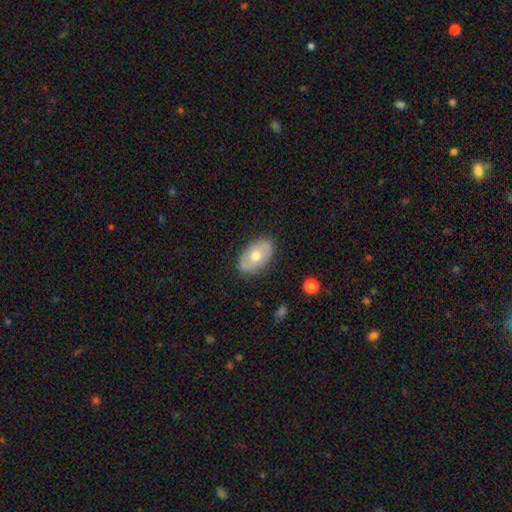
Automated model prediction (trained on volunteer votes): This is possibly a smooth galaxy (54%). How rounded: clearly in between (89%). Merging: clearly none (84%).